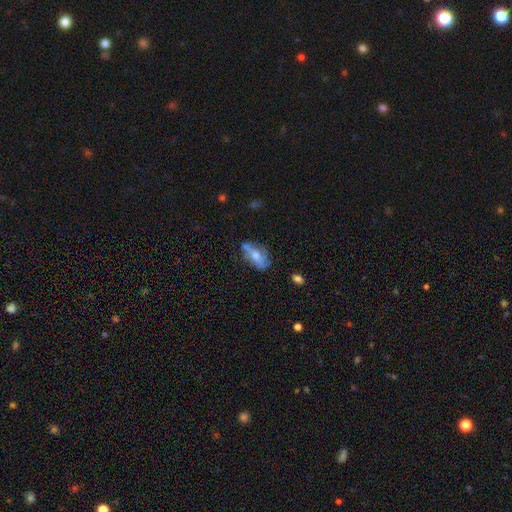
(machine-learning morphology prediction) This is possibly a smooth galaxy (49%). Merging: possibly none (52%).